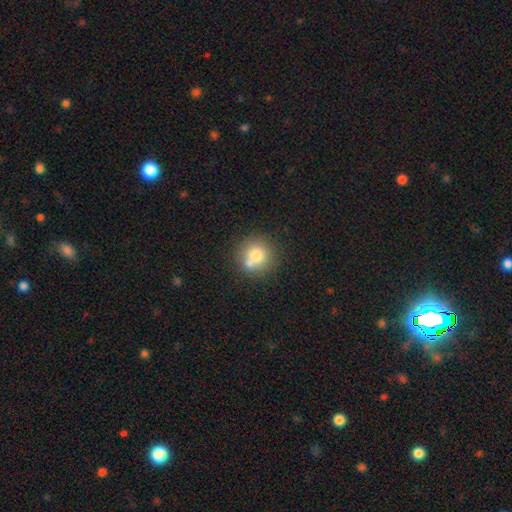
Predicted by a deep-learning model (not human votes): smooth 73%, featured or disk 16%, star or artifact 11%. Down the decision tree: how rounded — round (91%); merging — none (60%).